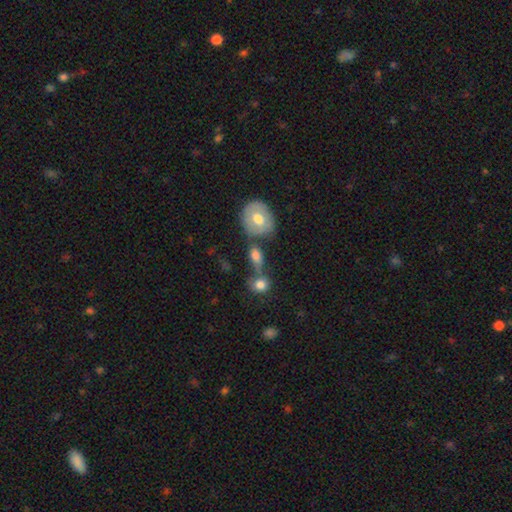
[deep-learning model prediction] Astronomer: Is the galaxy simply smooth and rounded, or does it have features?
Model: smooth — 69%.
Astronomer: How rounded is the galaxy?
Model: in between — 65%.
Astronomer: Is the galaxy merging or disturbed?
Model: none — 49% (runner-up: merger, 25%).